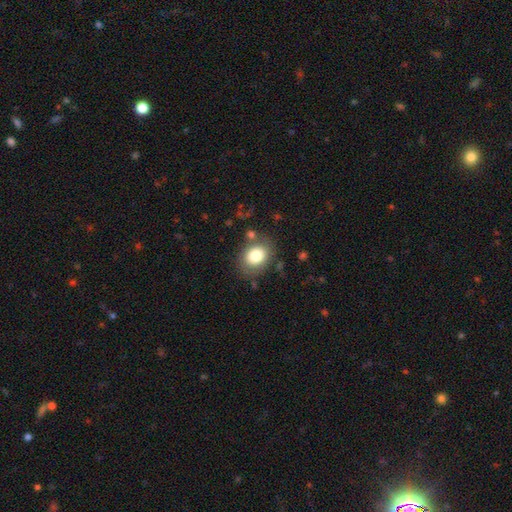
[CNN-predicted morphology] A smooth galaxy with no disk features (79%) that is round (50%).

Vote fractions:
- Smooth or featured? smooth: 79% / featured or disk: 12% / star or artifact: 9%
- How rounded? round: 50% / in between: 49% / cigar-shaped: 1%
- Merging? none: 76% / minor disturbance: 14% / major disturbance: 6% / merger: 4%